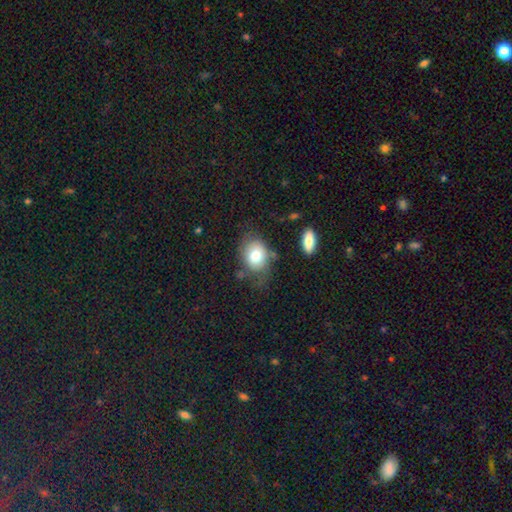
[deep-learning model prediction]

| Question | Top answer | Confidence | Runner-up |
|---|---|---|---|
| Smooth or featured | smooth | 74% | featured or disk (17%) |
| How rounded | in between | 53% | round (46%) |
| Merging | none | 58% | minor disturbance (24%) |